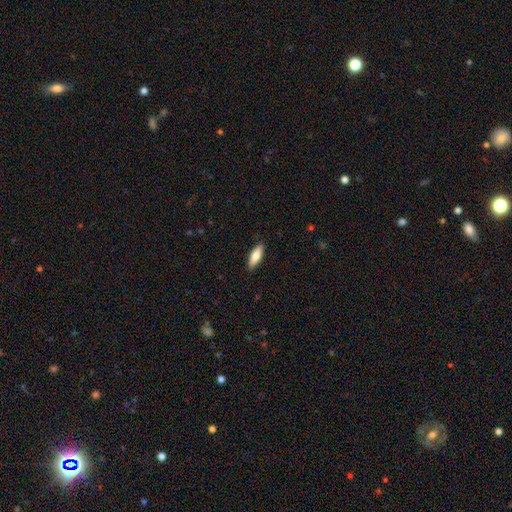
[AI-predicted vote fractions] Overall: smooth (79%). How rounded: in between (56%; cigar-shaped 42%). Merging: none (89%).